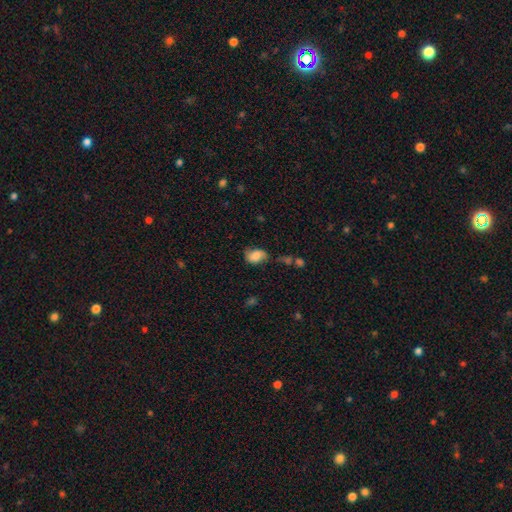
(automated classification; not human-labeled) smooth_or_featured: smooth (p=0.63) [alt: featured or disk p=0.27]
how_rounded: in between (p=0.79) [alt: round p=0.19]
merging: none (p=0.45) [alt: minor disturbance p=0.33]